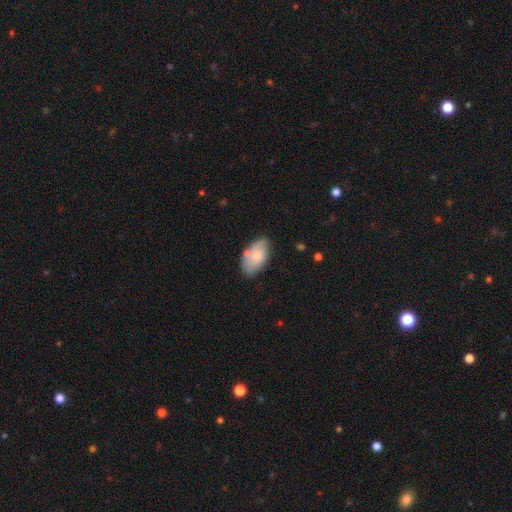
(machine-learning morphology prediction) Smooth or featured? Predicted: smooth (p=0.69). How rounded? Predicted: in between (p=0.94). Merging? Predicted: none (p=0.61).